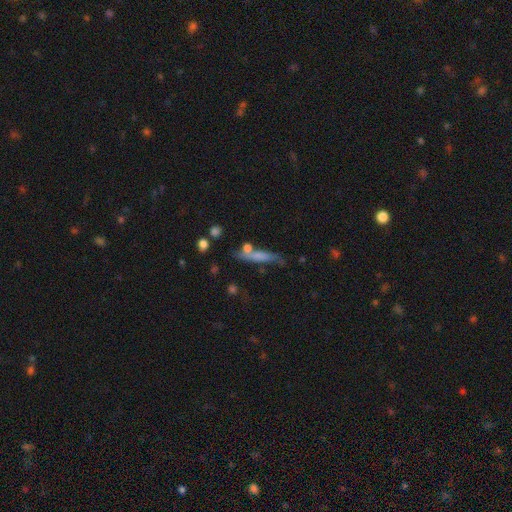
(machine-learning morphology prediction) This appears to be a smooth galaxy with no disk features (49%). Merging: none (60%).